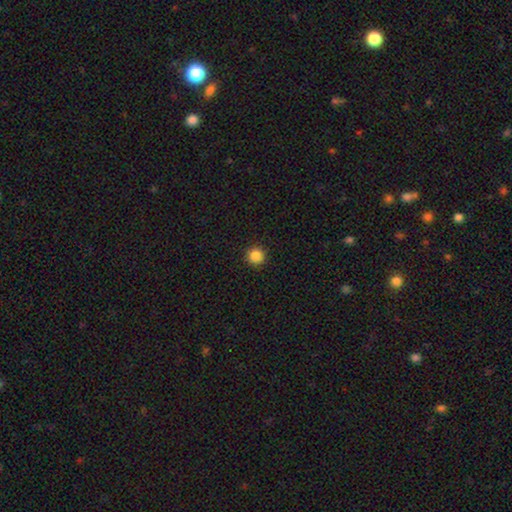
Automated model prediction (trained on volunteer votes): Smooth or featured: smooth — 86% (star or artifact — 11%)
How rounded: round — 96% (in between — 3%)
Merging: none — 93% (minor disturbance — 4%)